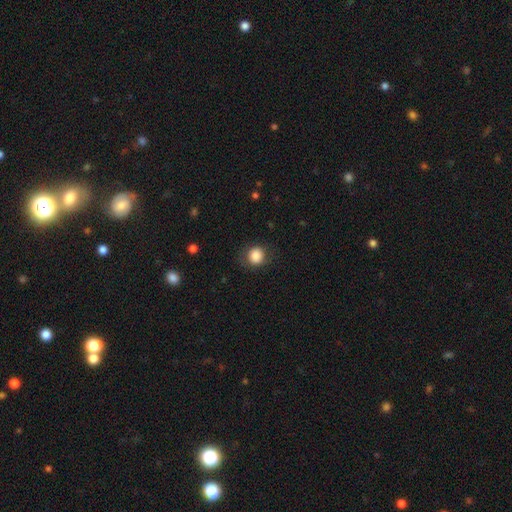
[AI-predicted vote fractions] Smooth or featured? Predicted: smooth (p=0.84). How rounded? Predicted: round (p=0.83). Merging? Predicted: none (p=0.79).